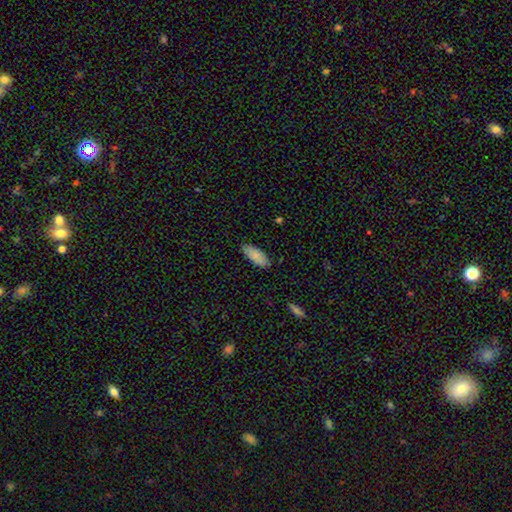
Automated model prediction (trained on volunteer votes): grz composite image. It shows a smooth galaxy with no disk features (85%) that is in between round and cigar-shaped (83%). Merging: none (84%).